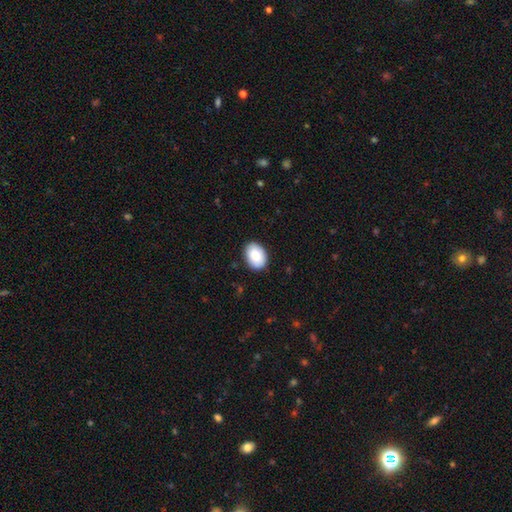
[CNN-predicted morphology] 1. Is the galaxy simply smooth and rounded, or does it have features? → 85% smooth, 9% featured or disk, 6% star or artifact.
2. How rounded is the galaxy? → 78% in between, 21% round, 1% cigar-shaped.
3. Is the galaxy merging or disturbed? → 86% none, 11% minor disturbance, 2% major disturbance, 1% merger.